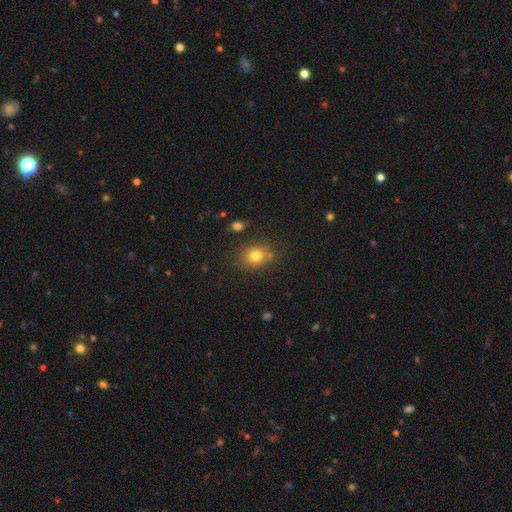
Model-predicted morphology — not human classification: smooth_or_featured: smooth (p=0.78) [alt: star or artifact p=0.13]
how_rounded: round (p=0.58) [alt: in between p=0.40]
merging: none (p=0.75) [alt: minor disturbance p=0.15]